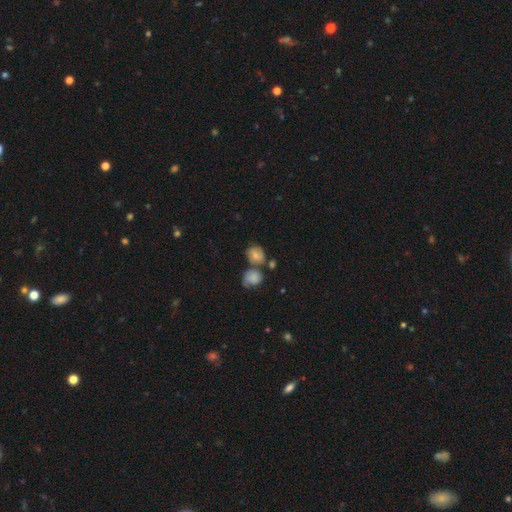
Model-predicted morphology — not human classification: The model was most divided on "smooth or featured": smooth: 54%, featured or disk: 26%, star or artifact: 20%. More confident: how rounded — round (75%); merging — none (58%).